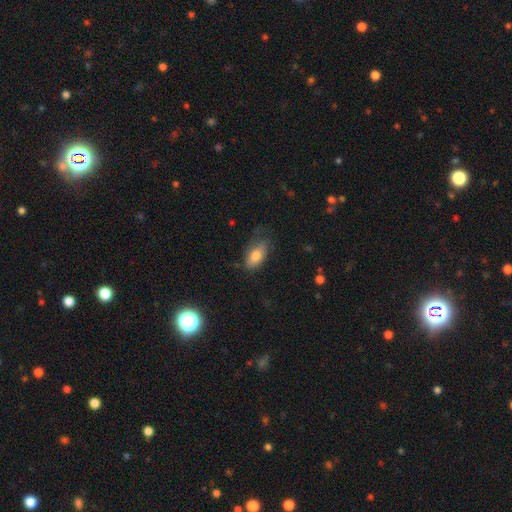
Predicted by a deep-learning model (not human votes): smooth-or-featured: smooth: 78% | featured or disk: 14% | star or artifact: 8%
  how-rounded: in between: 89% | cigar-shaped: 6% | round: 5%
  merging: none: 54% | minor disturbance: 31% | major disturbance: 14% | merger: 2%